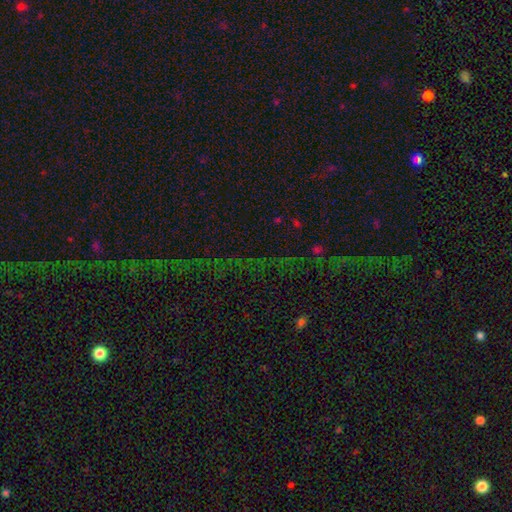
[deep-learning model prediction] Overall: star or artifact (75%).